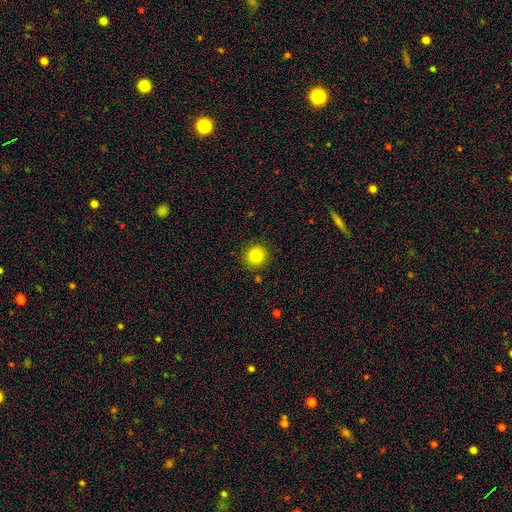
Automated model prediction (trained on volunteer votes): This appears to be a smooth galaxy with no disk features (84%) that is round (91%). Merging: none (88%).